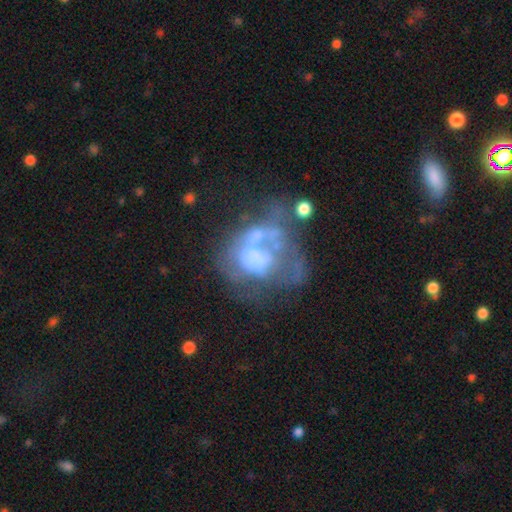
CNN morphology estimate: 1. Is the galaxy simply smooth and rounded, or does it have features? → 62% featured or disk, 26% smooth, 13% star or artifact.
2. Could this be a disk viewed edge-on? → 98% no, 2% yes.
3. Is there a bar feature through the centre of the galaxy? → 85% no, 12% weak, 4% strong.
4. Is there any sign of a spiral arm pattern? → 81% no, 19% yes.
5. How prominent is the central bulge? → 36% none, 28% moderate, 19% large, 13% small, 4% dominant.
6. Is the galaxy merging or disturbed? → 38% major disturbance, 24% merger, 23% none, 15% minor disturbance.